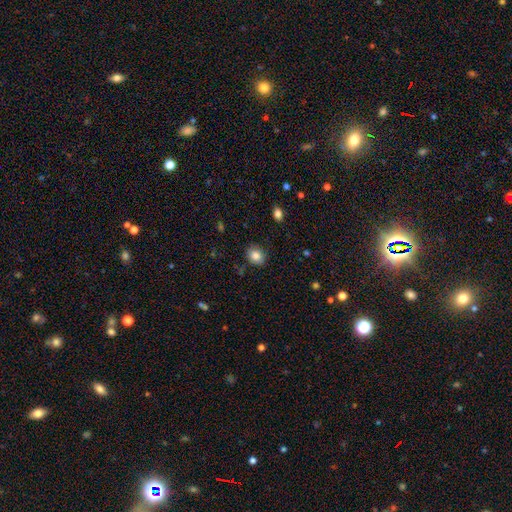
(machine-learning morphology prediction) This appears to be a smooth galaxy with no disk features (84%) that is round (52%). Merging: none (85%).